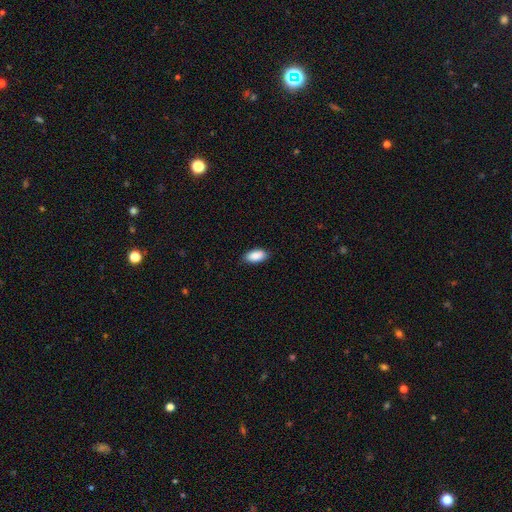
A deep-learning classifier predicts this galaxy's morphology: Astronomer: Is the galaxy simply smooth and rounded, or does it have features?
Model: smooth — 90%.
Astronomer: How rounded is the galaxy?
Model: in between — 92%.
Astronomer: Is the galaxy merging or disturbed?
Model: none — 85%.